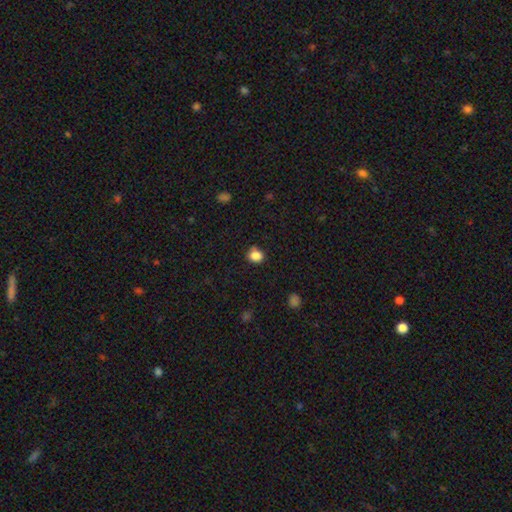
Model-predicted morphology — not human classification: The model was most divided on "how rounded": round: 73%, in between: 26%, cigar-shaped: 1%. More confident: smooth or featured — smooth (85%); merging — none (77%).